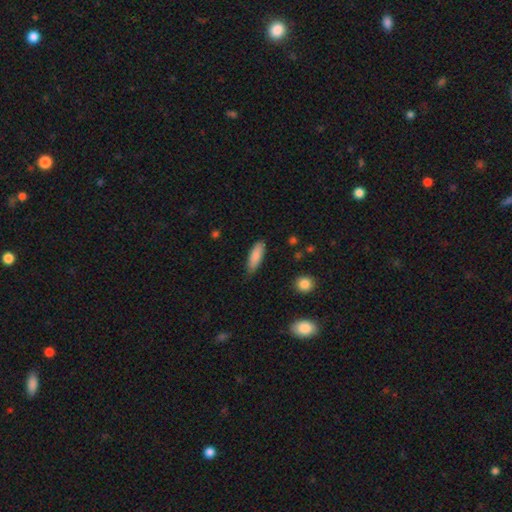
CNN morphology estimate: Smooth or featured?
  - smooth: 86% *
  - featured or disk: 8%
  - star or artifact: 6%
How rounded?
  - in between: 55% *
  - cigar-shaped: 43%
  - round: 2%
Merging?
  - none: 74% *
  - minor disturbance: 21%
  - major disturbance: 3%
  - merger: 1%